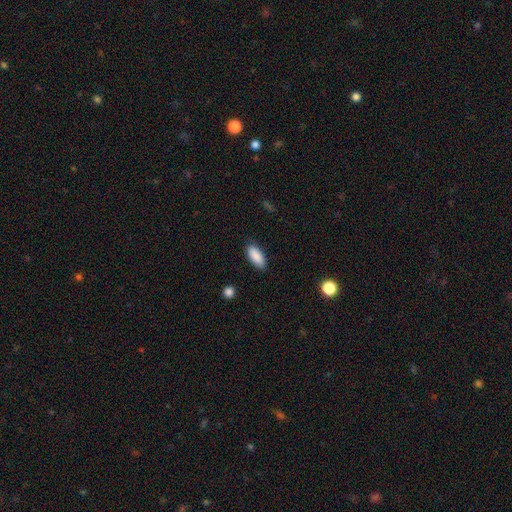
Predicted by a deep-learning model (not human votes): This appears to be a smooth galaxy with no disk features (90%) that is in between round and cigar-shaped (87%). Merging: none (86%).